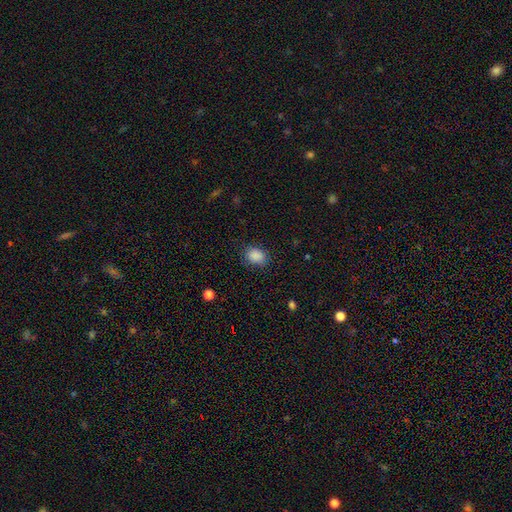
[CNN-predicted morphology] A smooth galaxy with no disk features (87%) that is in between round and cigar-shaped (58%).

Vote fractions:
- Smooth or featured? smooth: 87% / star or artifact: 9% / featured or disk: 3%
- How rounded? in between: 58% / round: 41% / cigar-shaped: 1%
- Merging? none: 80% / minor disturbance: 15% / major disturbance: 4% / merger: 1%